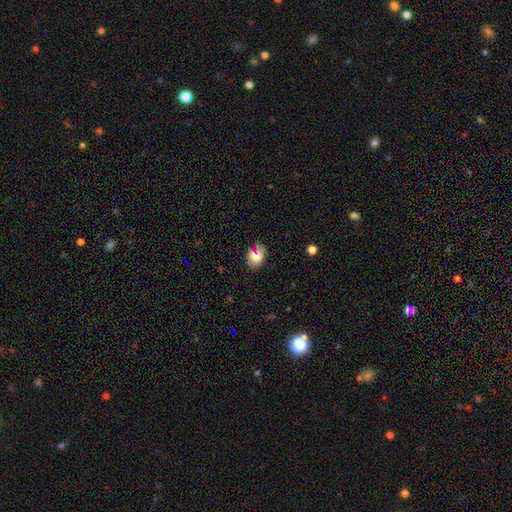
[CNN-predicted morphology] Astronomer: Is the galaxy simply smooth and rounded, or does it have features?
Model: smooth — 72%.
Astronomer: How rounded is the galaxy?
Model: in between — 75%.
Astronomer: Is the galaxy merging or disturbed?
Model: none — 66%.